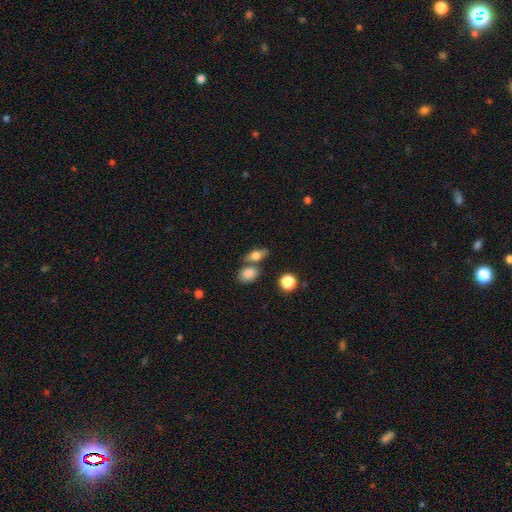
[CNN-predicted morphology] A smooth galaxy with no disk features (67%) that is in between round and cigar-shaped (69%).

Vote fractions:
- Smooth or featured? smooth: 67% / featured or disk: 23% / star or artifact: 10%
- How rounded? in between: 69% / round: 17% / cigar-shaped: 14%
- Merging? none: 60% / merger: 23% / minor disturbance: 13% / major disturbance: 5%